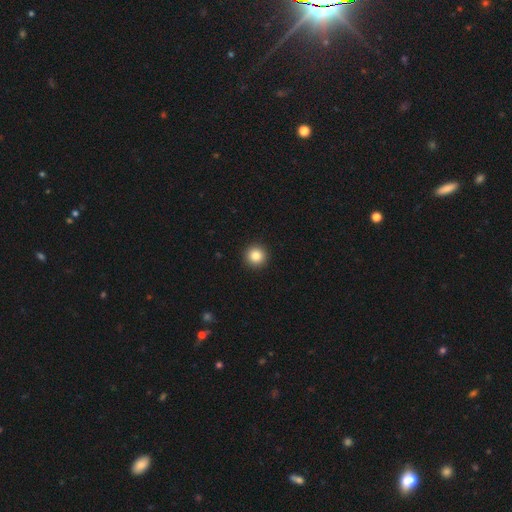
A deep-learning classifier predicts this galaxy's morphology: This appears to be a smooth galaxy with no disk features (84%) that is round (96%). Merging: none (94%).